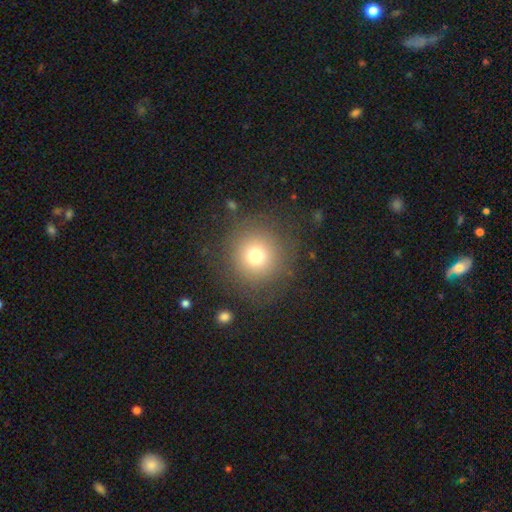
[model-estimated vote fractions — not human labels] This appears to be a smooth galaxy with no disk features (73%) that is round (94%). Merging: none (82%).